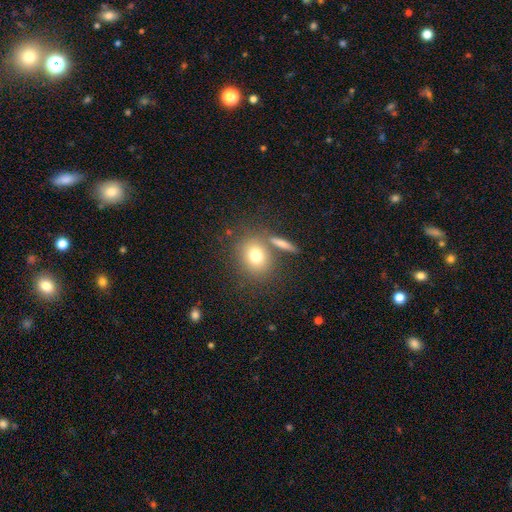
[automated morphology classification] This is likely a smooth galaxy (75%). How rounded: likely round (65%). Merging: likely none (70%).